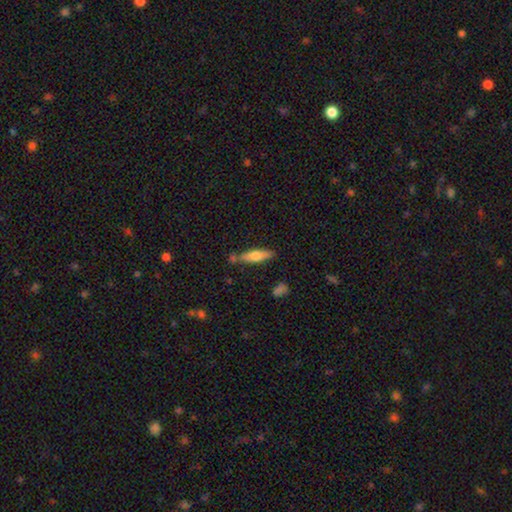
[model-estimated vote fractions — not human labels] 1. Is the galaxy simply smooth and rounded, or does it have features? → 60% smooth, 34% featured or disk, 7% star or artifact.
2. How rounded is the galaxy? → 68% cigar-shaped, 30% in between, 2% round.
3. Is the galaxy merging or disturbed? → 73% none, 15% minor disturbance, 9% merger, 3% major disturbance.